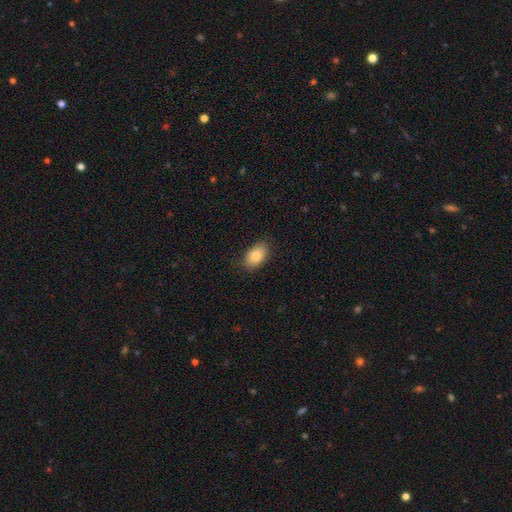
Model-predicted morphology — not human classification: This appears to be a smooth galaxy with no disk features (84%) that is in between round and cigar-shaped (91%). Merging: none (85%).